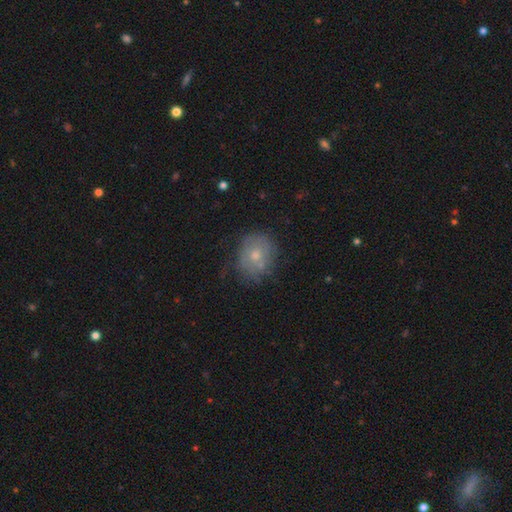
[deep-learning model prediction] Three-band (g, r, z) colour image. It shows a smooth galaxy with no disk features (59%) that is round (66%). Merging: none (61%).